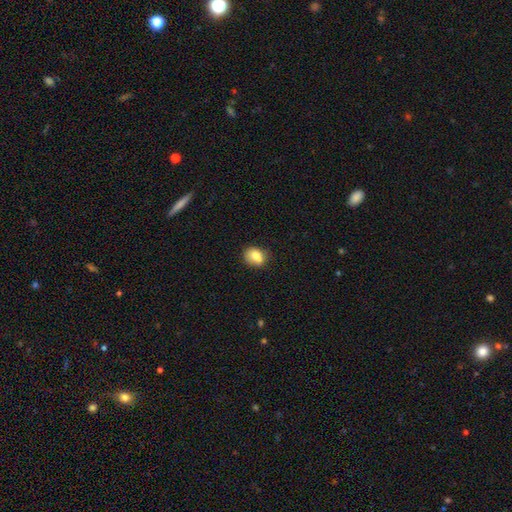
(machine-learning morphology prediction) Overall: smooth (78%). How rounded: in between (50%; round 49%). Merging: none (64%).